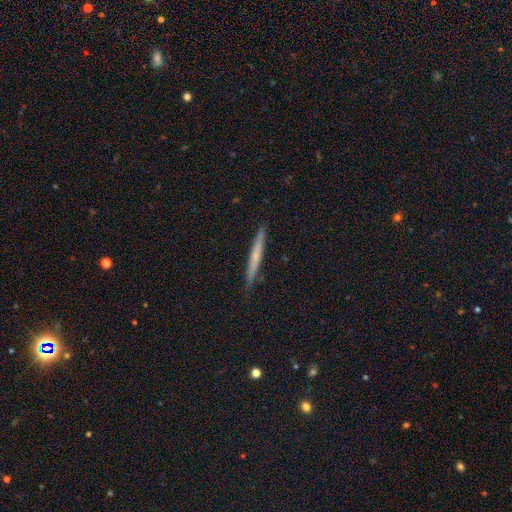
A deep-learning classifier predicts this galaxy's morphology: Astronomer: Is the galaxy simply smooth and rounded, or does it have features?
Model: smooth — 49% (runner-up: featured or disk, 45%).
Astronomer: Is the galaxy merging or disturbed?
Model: none — 88%.